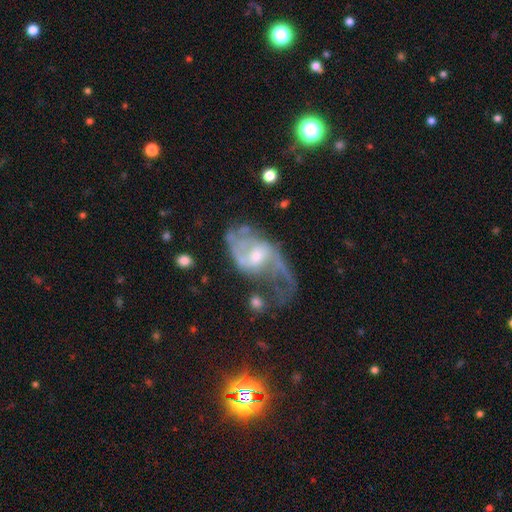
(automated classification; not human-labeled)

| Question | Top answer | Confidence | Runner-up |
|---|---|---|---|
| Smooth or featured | featured or disk | 82% | smooth (10%) |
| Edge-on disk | no | 96% | yes (4%) |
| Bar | weak | 48% | no (40%) |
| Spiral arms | yes | 88% | no (12%) |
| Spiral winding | loose | 52% | medium (35%) |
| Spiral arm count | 2 | 64% | 1 (15%) |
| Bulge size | moderate | 51% | small (39%) |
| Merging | major disturbance | 38% | none (36%) |